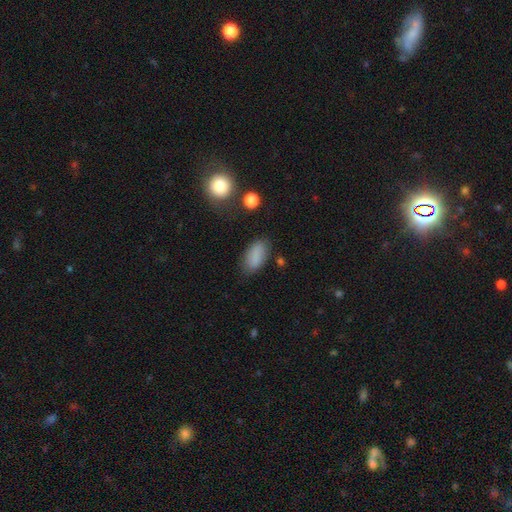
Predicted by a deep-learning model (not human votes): smooth-or-featured: smooth: 84% | star or artifact: 9% | featured or disk: 8%
  how-rounded: in between: 91% | cigar-shaped: 5% | round: 4%
  merging: none: 77% | minor disturbance: 16% | major disturbance: 5% | merger: 3%